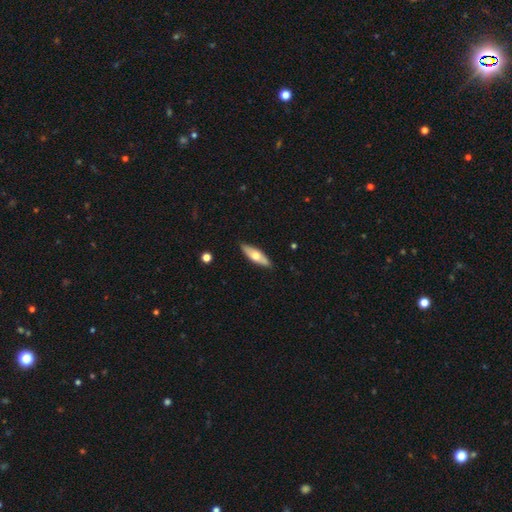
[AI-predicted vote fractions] Q: Smooth or featured?
A: smooth (54%); runner-up: featured or disk (41%)
Q: How rounded?
A: cigar-shaped (49%); tied with: in between (49%)
Q: Merging?
A: none (87%); runner-up: minor disturbance (10%)